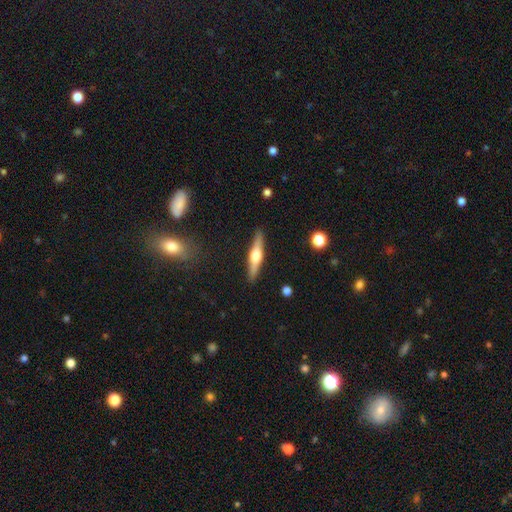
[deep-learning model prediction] A featured or disk galaxy (64%) viewed edge-on (96%) with a rounded central bulge (92%). Merging: none (90%).